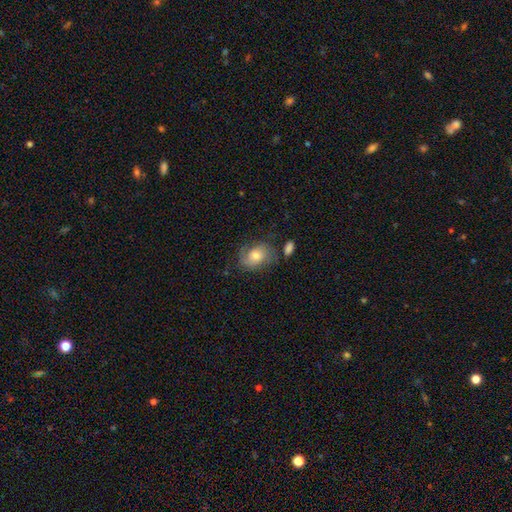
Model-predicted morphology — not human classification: Overall: smooth (45%, tied with featured or disk). Merging: none (58%; minor disturbance 23%).